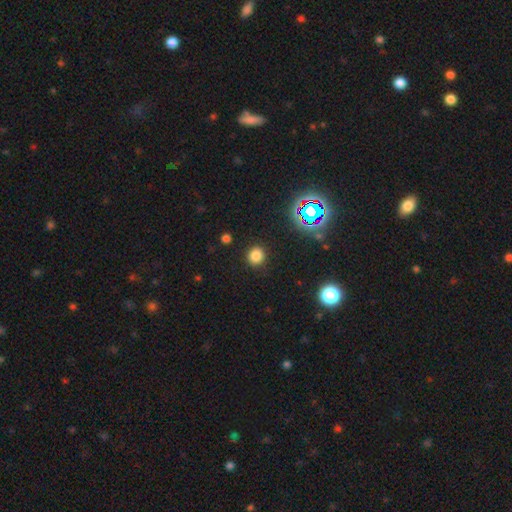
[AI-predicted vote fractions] A smooth galaxy with no disk features (77%) that is round (88%).

Vote fractions:
- Smooth or featured? smooth: 77% / star or artifact: 18% / featured or disk: 5%
- How rounded? round: 88% / in between: 11% / cigar-shaped: 1%
- Merging? none: 89% / minor disturbance: 7% / major disturbance: 3% / merger: 1%